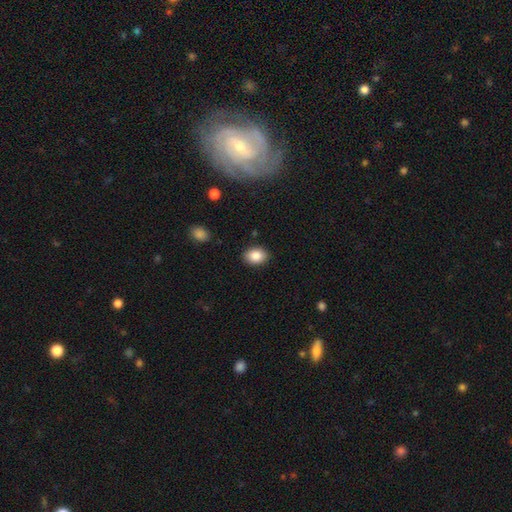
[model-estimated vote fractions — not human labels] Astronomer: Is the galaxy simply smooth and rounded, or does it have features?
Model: smooth — 85%.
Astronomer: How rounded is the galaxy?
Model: in between — 69%.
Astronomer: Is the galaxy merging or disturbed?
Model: none — 88%.